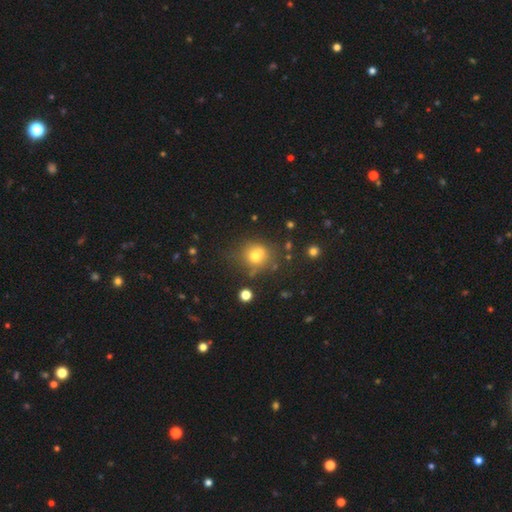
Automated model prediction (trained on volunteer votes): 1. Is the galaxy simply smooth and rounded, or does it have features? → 64% smooth, 19% star or artifact, 18% featured or disk.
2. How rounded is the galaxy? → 81% round, 18% in between, 1% cigar-shaped.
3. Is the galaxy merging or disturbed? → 51% none, 31% merger, 13% minor disturbance, 6% major disturbance.